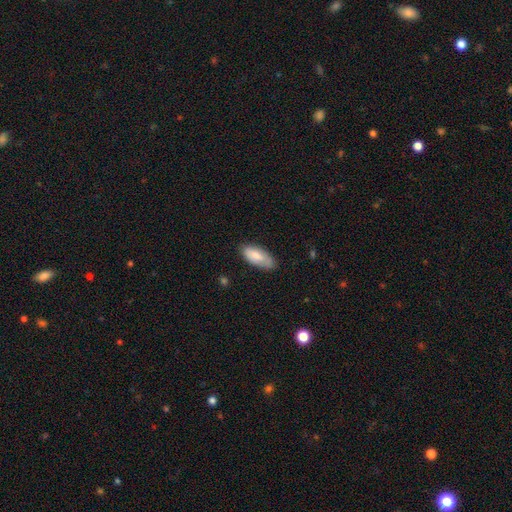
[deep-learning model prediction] Smooth or featured: smooth — 81% (featured or disk — 13%)
How rounded: in between — 86% (cigar-shaped — 12%)
Merging: none — 67% (minor disturbance — 27%)